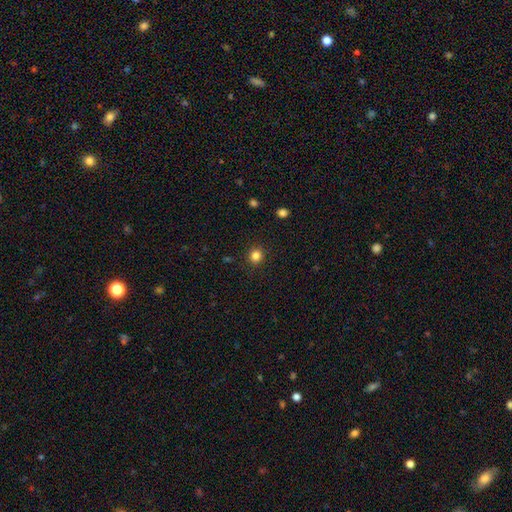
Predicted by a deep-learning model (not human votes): Overall: smooth (83%). How rounded: round (89%). Merging: none (91%).